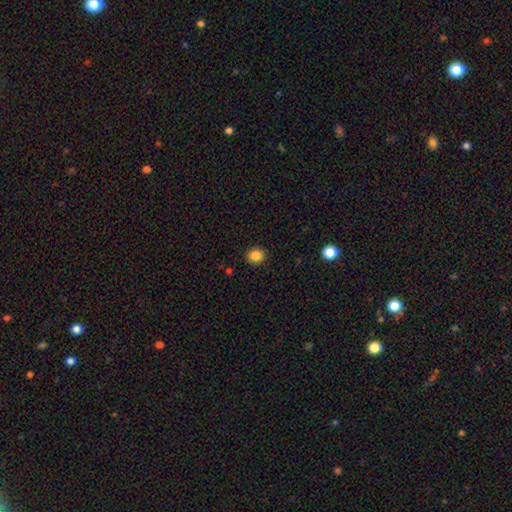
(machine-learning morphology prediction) Overall: smooth (86%). How rounded: round (78%). Merging: none (91%).